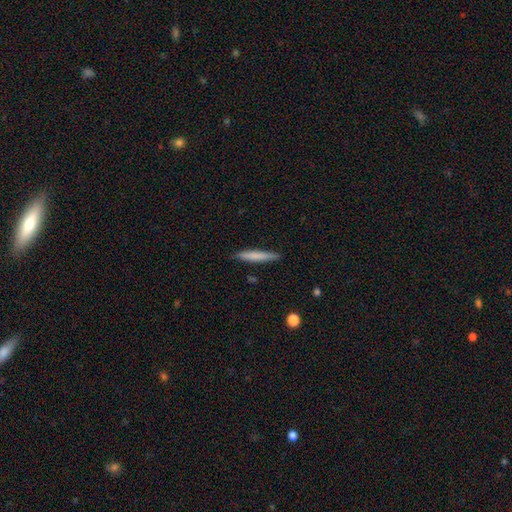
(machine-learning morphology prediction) The model was most divided on "smooth or featured": smooth: 73%, featured or disk: 22%, star or artifact: 6%. More confident: how rounded — cigar-shaped (94%); merging — none (88%).